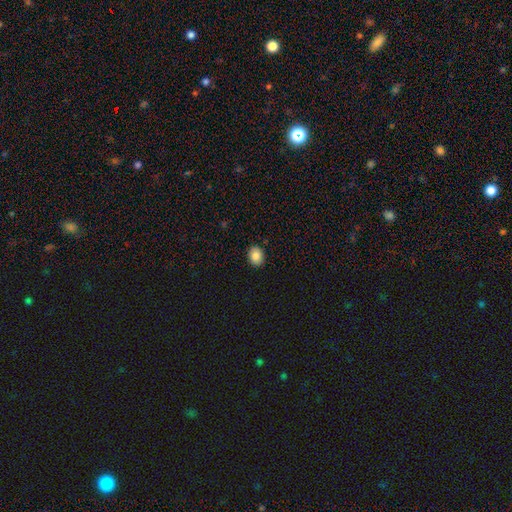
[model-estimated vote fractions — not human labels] This appears to be a smooth galaxy with no disk features (84%) that is in between round and cigar-shaped (53%). Merging: none (89%).